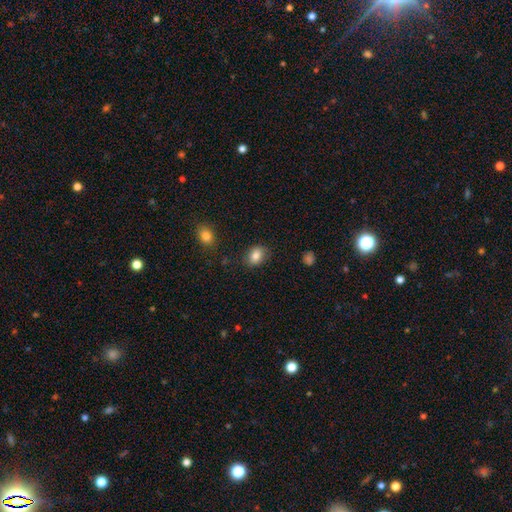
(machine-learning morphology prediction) The model was most divided on "how rounded": in between: 62%, round: 37%, cigar-shaped: 1%. More confident: smooth or featured — smooth (84%); merging — none (83%).